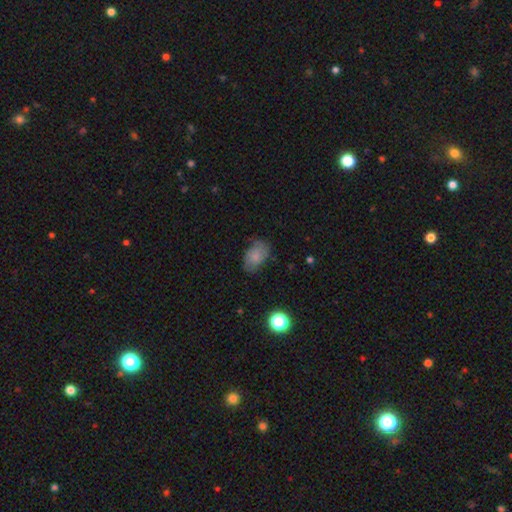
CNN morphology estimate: Overall: smooth (69%). How rounded: in between (89%). Merging: none (66%).